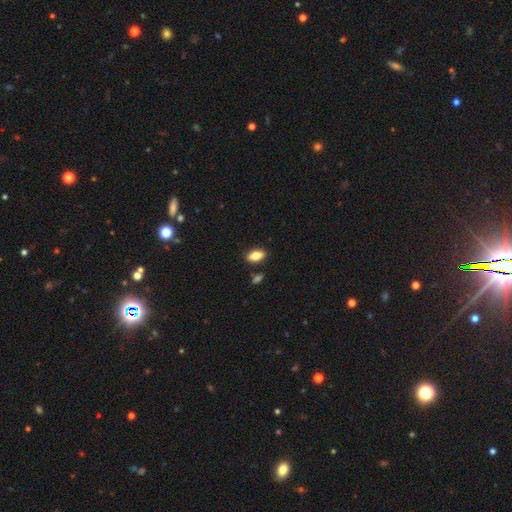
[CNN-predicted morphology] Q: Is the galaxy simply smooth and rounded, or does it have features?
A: smooth — 80%.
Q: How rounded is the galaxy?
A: in between — 88%.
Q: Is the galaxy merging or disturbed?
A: none — 85%.